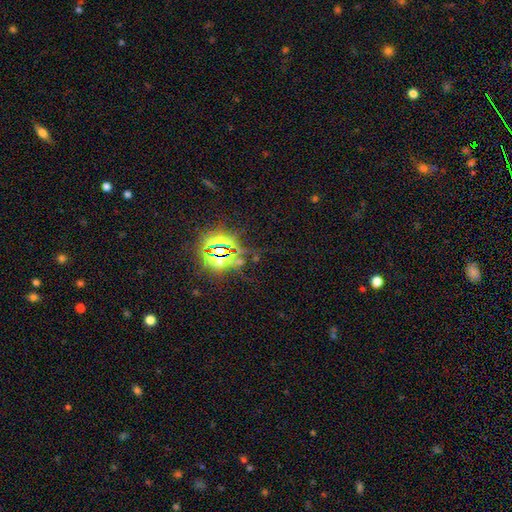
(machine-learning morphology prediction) Q: Smooth or featured?
A: star or artifact (81%); runner-up: smooth (11%)